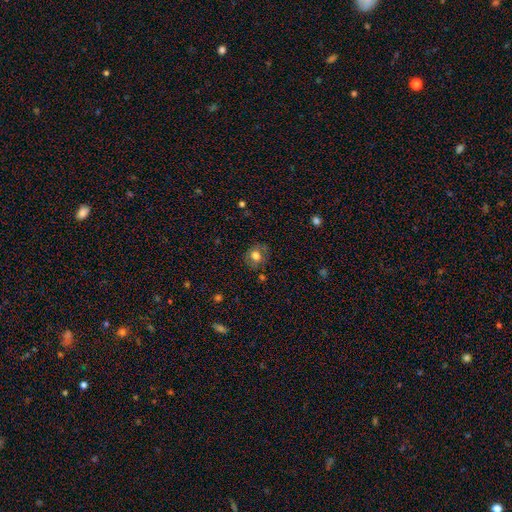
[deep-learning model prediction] Morphology: type=smooth (69%); roundness=round (74%); merging=none (77%).